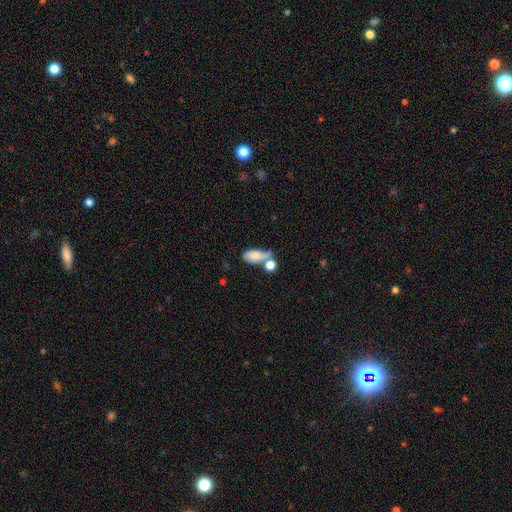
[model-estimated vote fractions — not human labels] This appears to be a smooth galaxy with no disk features (77%) that is in between round and cigar-shaped (82%). Merging: merger (39%).